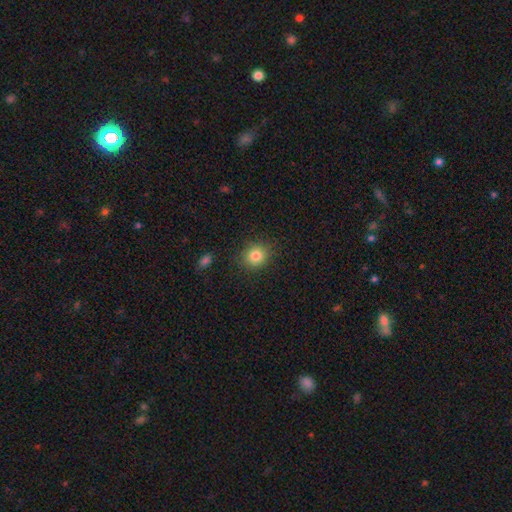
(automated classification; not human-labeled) The model was most divided on "how rounded": round: 81%, in between: 18%, cigar-shaped: 1%. More confident: merging — none (88%); smooth or featured — smooth (83%).